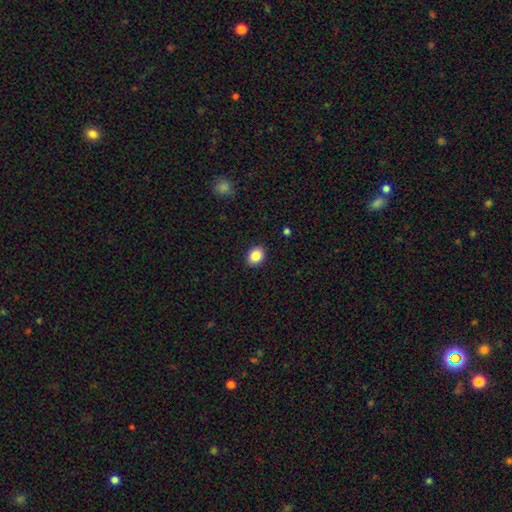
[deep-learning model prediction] A smooth galaxy with no disk features (86%) that is in between round and cigar-shaped (54%).

Vote fractions:
- Smooth or featured? smooth: 86% / star or artifact: 9% / featured or disk: 5%
- How rounded? in between: 54% / round: 45% / cigar-shaped: 1%
- Merging? none: 90% / minor disturbance: 7% / major disturbance: 2% / merger: 1%